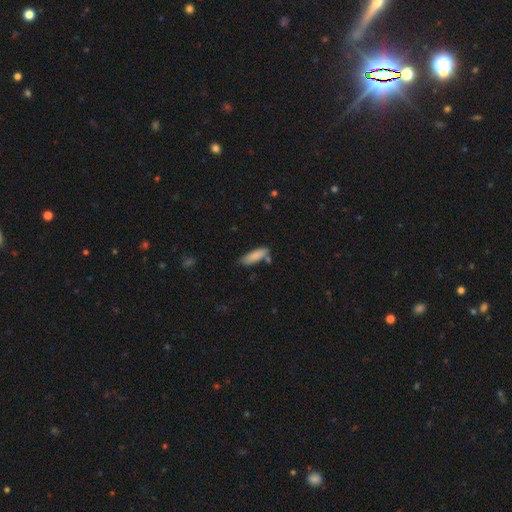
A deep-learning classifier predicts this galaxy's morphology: This is clearly a smooth galaxy (85%). How rounded: possibly cigar-shaped (52%). Merging: likely none (71%).